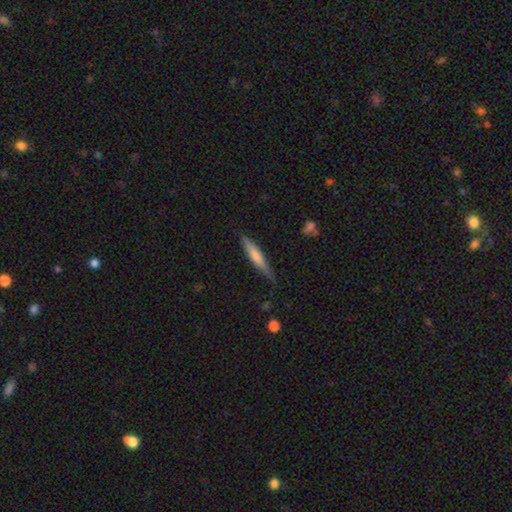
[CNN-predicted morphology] Smooth or featured? smooth (64%)
How rounded? cigar-shaped (90%)
Merging? none (78%)